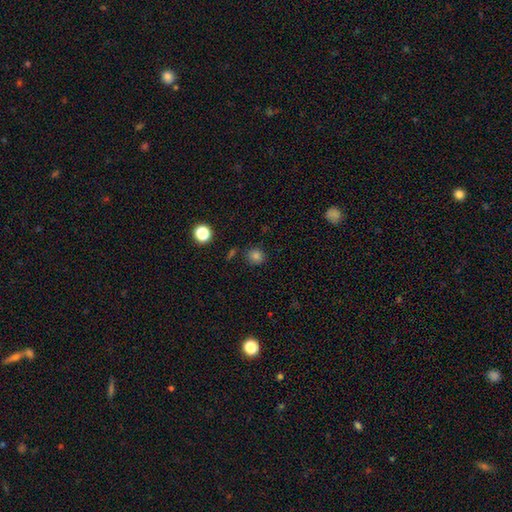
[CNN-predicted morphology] Smooth or featured: smooth — 79% (star or artifact — 16%)
How rounded: round — 87% (in between — 12%)
Merging: none — 84% (minor disturbance — 10%)